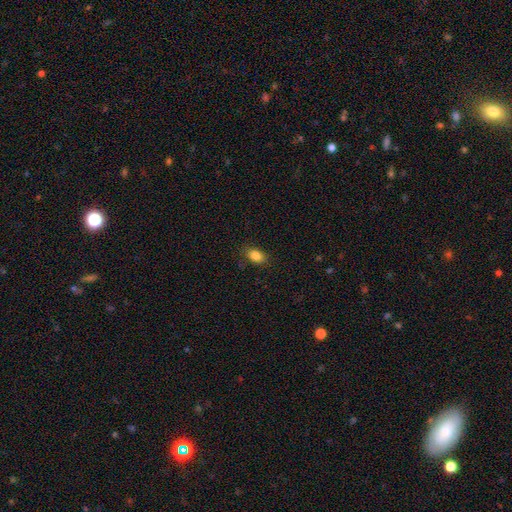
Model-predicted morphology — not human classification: Smooth or featured: smooth — 85% (star or artifact — 9%)
How rounded: in between — 83% (round — 16%)
Merging: none — 85% (minor disturbance — 11%)